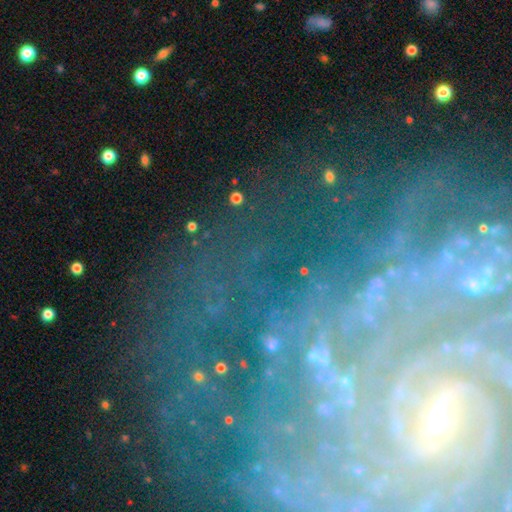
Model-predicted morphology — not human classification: featured or disk 74%, star or artifact 16%, smooth 9%. Down the decision tree: edge-on disk — no (95%); bar — no (47%); spiral arms — yes (89%); spiral arm count — can't tell (33%); spiral winding — tight (72%); bulge size — small (72%); merging — none (65%).